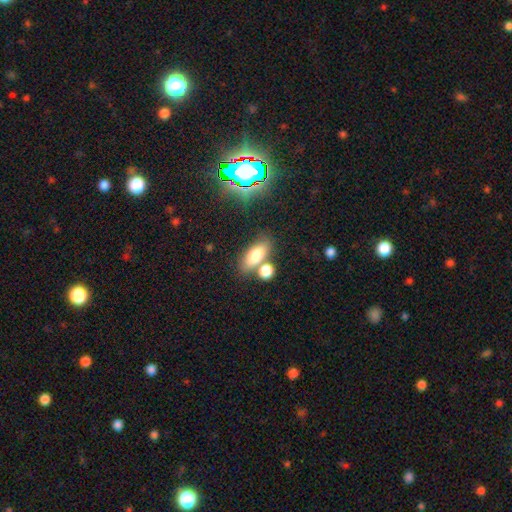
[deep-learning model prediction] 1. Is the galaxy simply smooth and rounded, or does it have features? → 77% smooth, 12% featured or disk, 11% star or artifact.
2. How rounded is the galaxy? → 79% in between, 14% cigar-shaped, 8% round.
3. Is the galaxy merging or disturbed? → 57% none, 27% merger, 11% minor disturbance, 4% major disturbance.